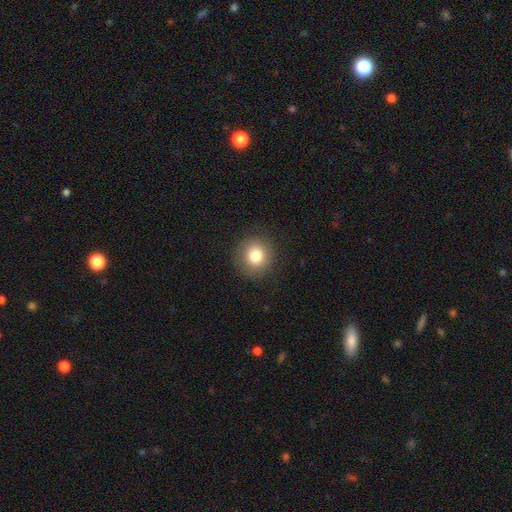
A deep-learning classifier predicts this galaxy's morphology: smooth-or-featured: smooth: 80% | star or artifact: 11% | featured or disk: 9%
  how-rounded: round: 90% | in between: 9% | cigar-shaped: 1%
  merging: none: 90% | minor disturbance: 7% | major disturbance: 3% | merger: 1%